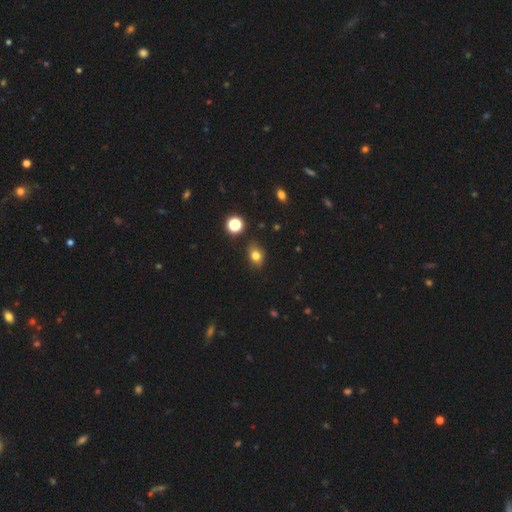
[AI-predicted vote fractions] smooth 78%, star or artifact 14%, featured or disk 9%. Down the decision tree: how rounded — in between (65%); merging — none (83%).